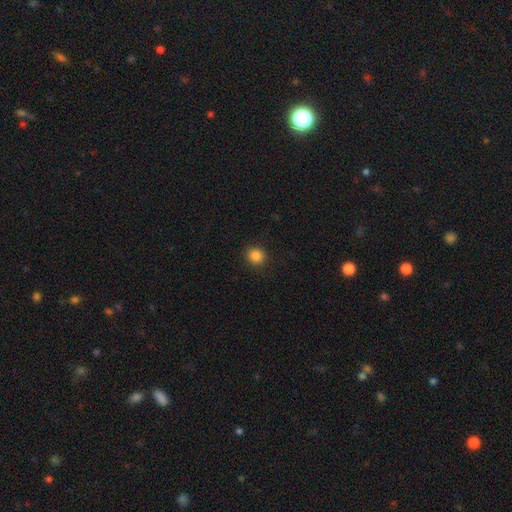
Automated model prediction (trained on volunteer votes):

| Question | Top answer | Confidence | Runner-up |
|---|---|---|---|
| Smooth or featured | smooth | 86% | star or artifact (11%) |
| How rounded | round | 87% | in between (12%) |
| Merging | none | 91% | minor disturbance (6%) |